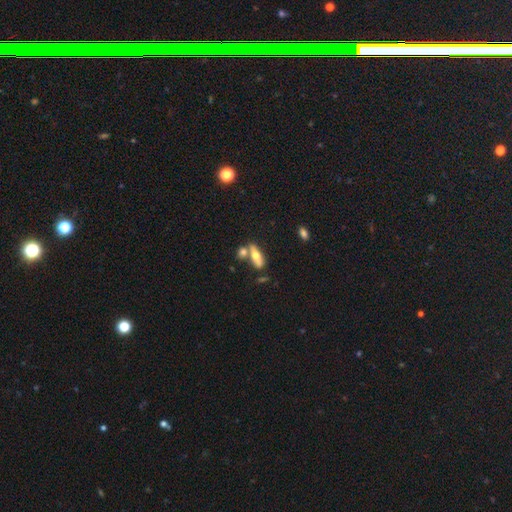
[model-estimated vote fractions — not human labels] This is possibly a smooth galaxy (51%). How rounded: possibly in between (55%). Merging: possibly none (56%).